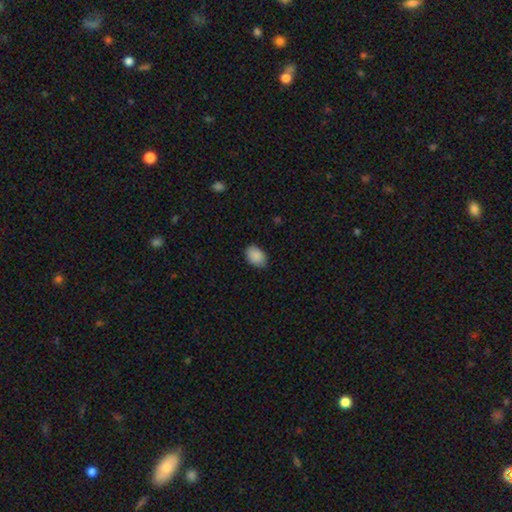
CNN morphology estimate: Smooth or featured: smooth — 90% (star or artifact — 7%)
How rounded: in between — 84% (round — 15%)
Merging: none — 83% (minor disturbance — 13%)